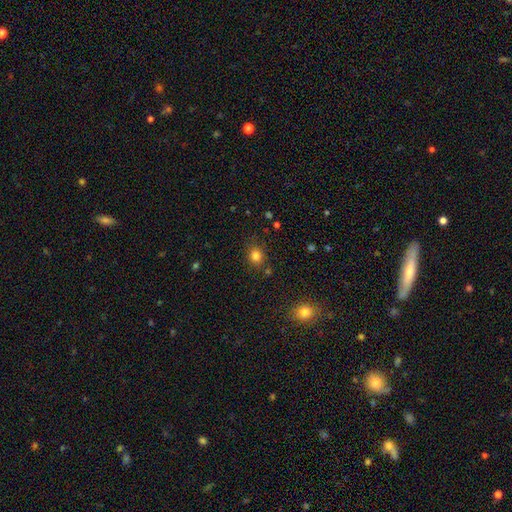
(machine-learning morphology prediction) Overall: smooth (81%). How rounded: round (76%). Merging: none (82%).